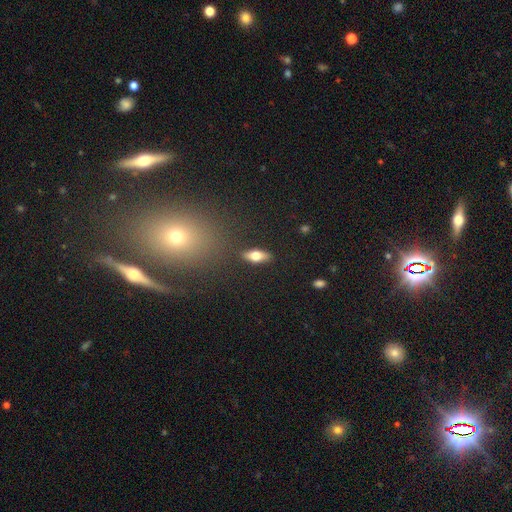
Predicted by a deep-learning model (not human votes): Q: Smooth or featured?
A: smooth (63%); runner-up: featured or disk (30%)
Q: How rounded?
A: in between (72%); runner-up: cigar-shaped (24%)
Q: Merging?
A: none (88%); runner-up: minor disturbance (8%)